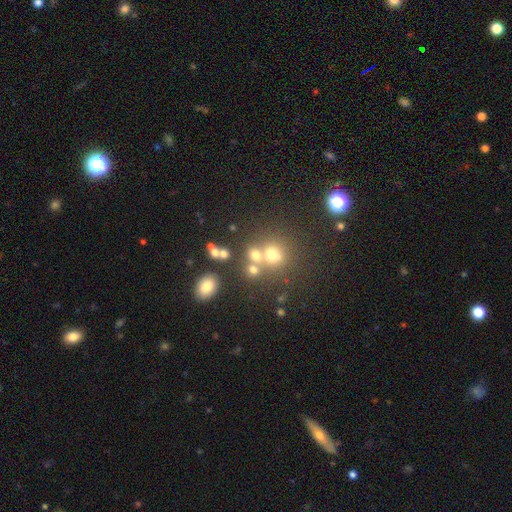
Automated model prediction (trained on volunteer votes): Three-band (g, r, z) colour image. It shows a smooth galaxy with no disk features (65%) that is round (74%). Merging: none (49%).